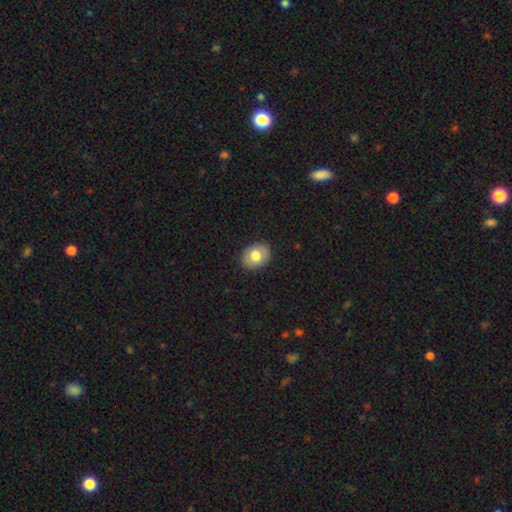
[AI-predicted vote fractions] Overall: smooth (76%). How rounded: in between (60%; round 39%). Merging: none (89%).